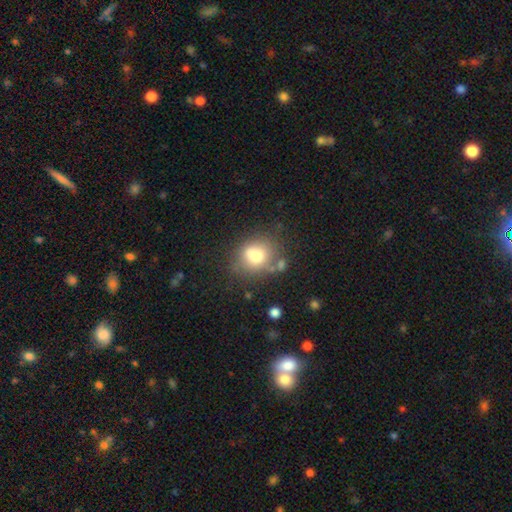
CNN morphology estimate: A smooth galaxy with no disk features (73%) that is round (65%). Merging: none (58%).